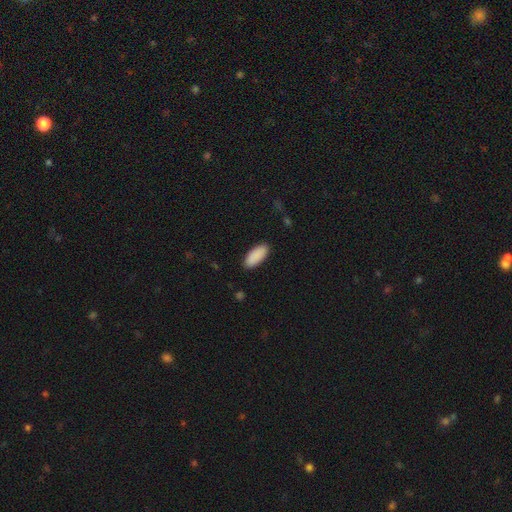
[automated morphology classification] A smooth galaxy with no disk features (91%) that is in between round and cigar-shaped (87%). Merging: none (89%).